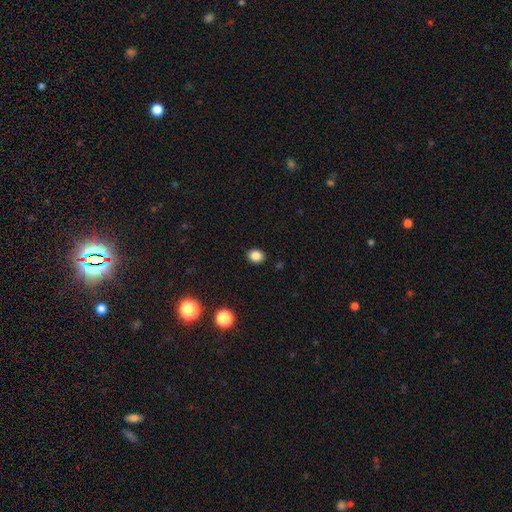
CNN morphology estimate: smooth_or_featured: smooth (p=0.84) [alt: star or artifact p=0.12]
how_rounded: round (p=0.57) [alt: in between p=0.42]
merging: none (p=0.89) [alt: minor disturbance p=0.08]